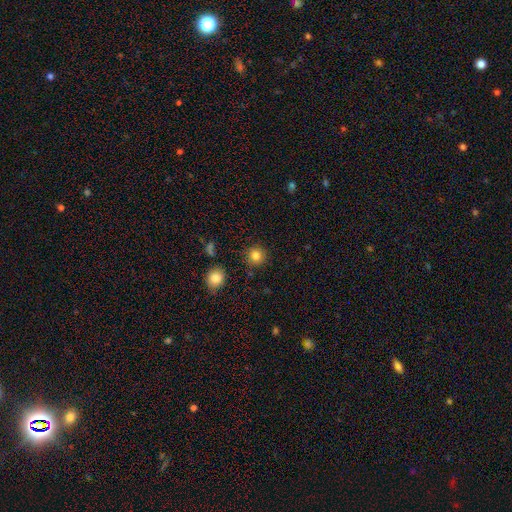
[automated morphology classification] smooth_or_featured: smooth (p=0.83) [alt: star or artifact p=0.12]
how_rounded: round (p=0.93) [alt: in between p=0.06]
merging: none (p=0.88) [alt: minor disturbance p=0.07]